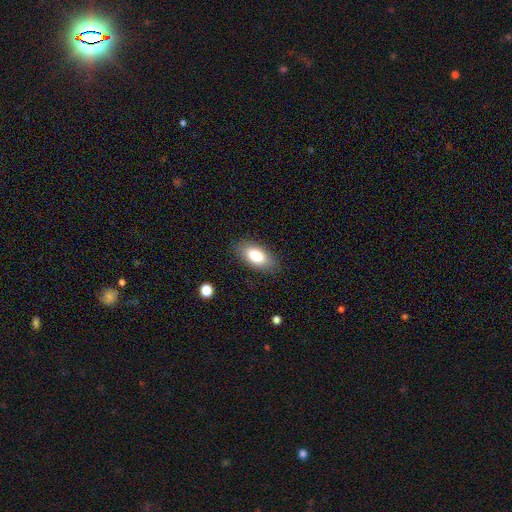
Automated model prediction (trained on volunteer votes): Overall: smooth (82%). How rounded: in between (91%). Merging: none (85%).